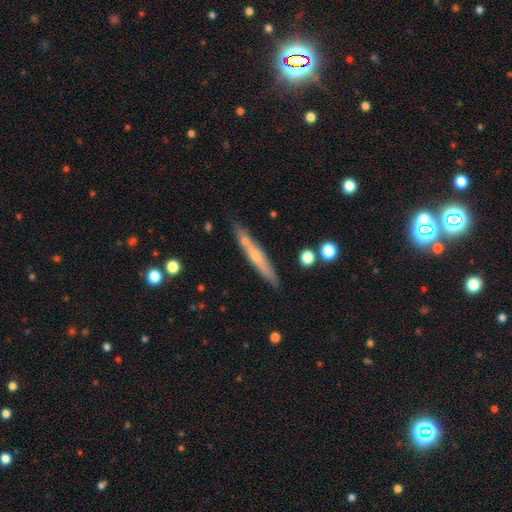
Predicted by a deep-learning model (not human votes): Morphology: type=featured or disk (50%); edge-on=yes (91%); merging=none (79%).